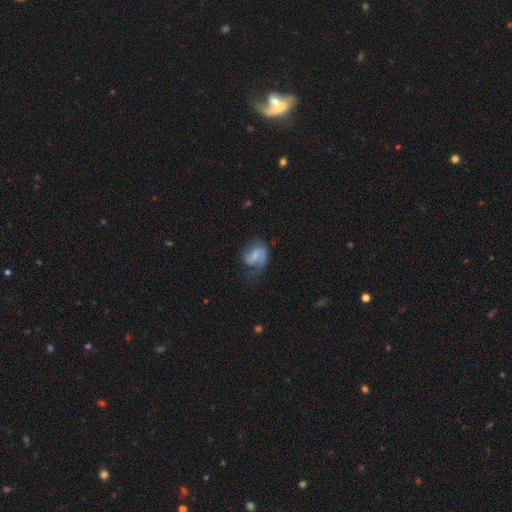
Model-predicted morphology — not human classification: type=featured or disk (62%); edge-on=no (97%); bar=weak (45%); spiral arms=yes (86%); winding=medium (41%); arm count=2 (47%); bulge=none (47%); merging=none (42%).